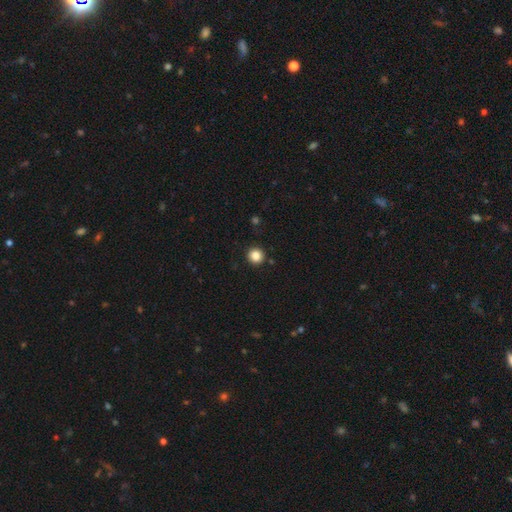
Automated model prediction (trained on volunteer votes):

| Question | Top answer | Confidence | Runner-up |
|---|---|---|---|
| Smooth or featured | smooth | 84% | star or artifact (11%) |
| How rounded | round | 95% | in between (4%) |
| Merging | none | 92% | minor disturbance (5%) |